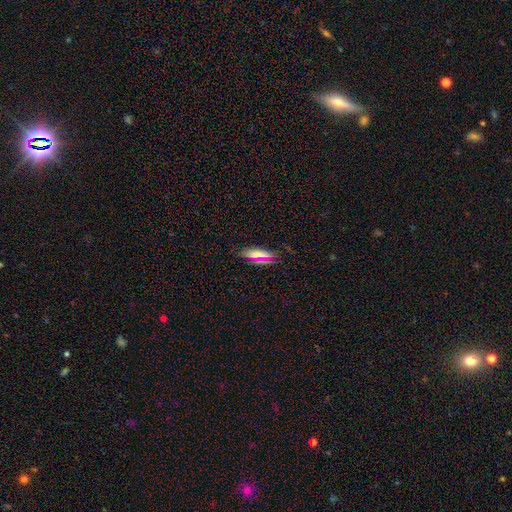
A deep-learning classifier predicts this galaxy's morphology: type=smooth (71%); roundness=in between (61%); merging=none (82%).